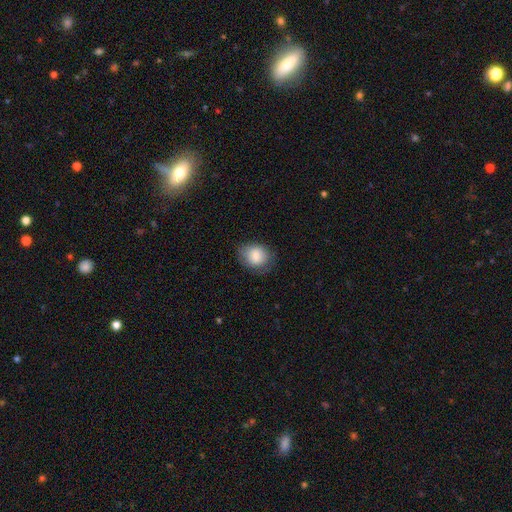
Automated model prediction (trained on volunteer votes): Smooth or featured? Predicted: smooth (p=0.82). How rounded? Predicted: round (p=0.52). Merging? Predicted: none (p=0.72).